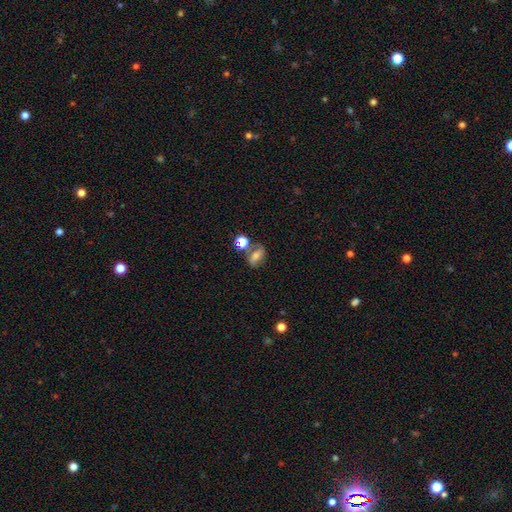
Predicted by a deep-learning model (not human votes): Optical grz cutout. It shows a smooth galaxy with no disk features (43%). Merging: none (60%).